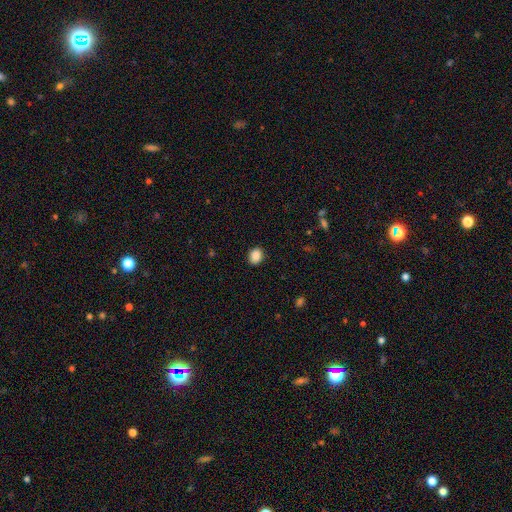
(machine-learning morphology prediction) Overall: smooth (88%). How rounded: round (52%; in between 47%). Merging: none (89%).